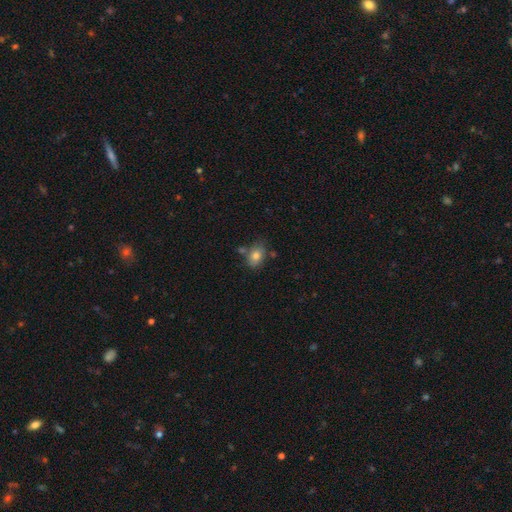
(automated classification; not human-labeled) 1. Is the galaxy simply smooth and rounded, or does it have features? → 78% smooth, 12% featured or disk, 9% star or artifact.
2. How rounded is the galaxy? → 73% in between, 25% round, 1% cigar-shaped.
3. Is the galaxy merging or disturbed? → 63% none, 20% minor disturbance, 13% merger, 5% major disturbance.